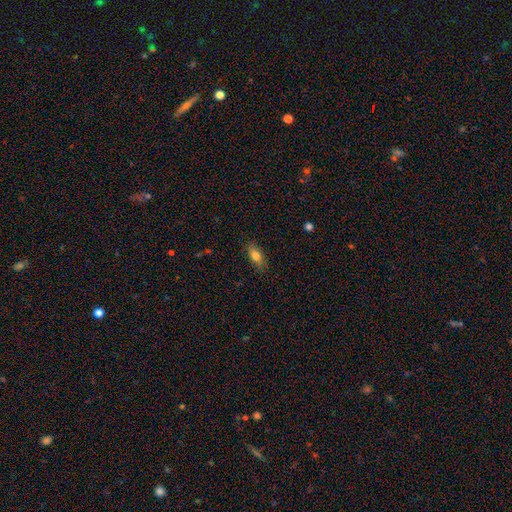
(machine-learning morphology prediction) Smooth or featured? smooth (78%)
How rounded? in between (81%)
Merging? none (84%)